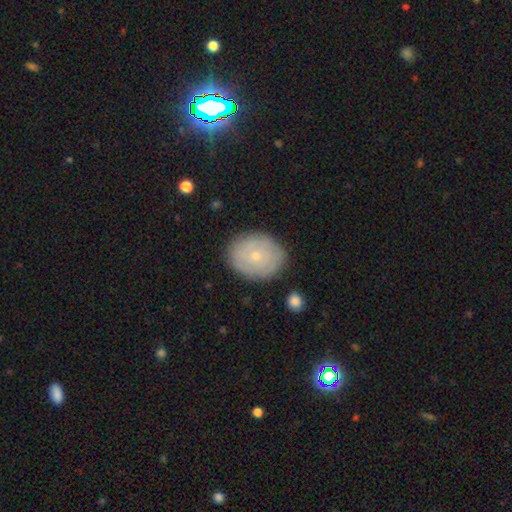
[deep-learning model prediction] The model was most divided on "how rounded": in between: 52%, round: 47%, cigar-shaped: 1%. More confident: merging — none (84%); smooth or featured — smooth (55%).